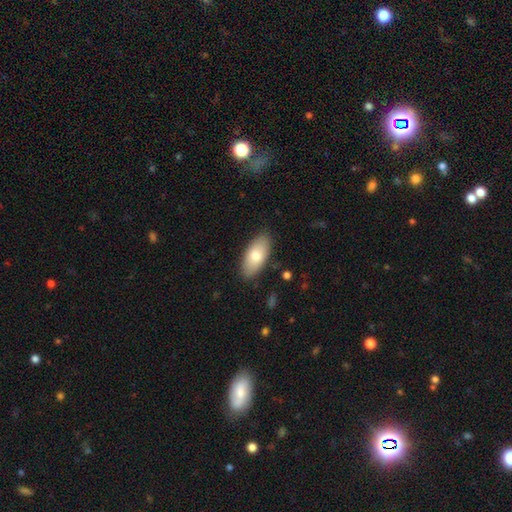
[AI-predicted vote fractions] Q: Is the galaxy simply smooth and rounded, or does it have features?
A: smooth — 74%.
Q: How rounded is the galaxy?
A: in between — 90%.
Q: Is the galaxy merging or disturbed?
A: none — 86%.